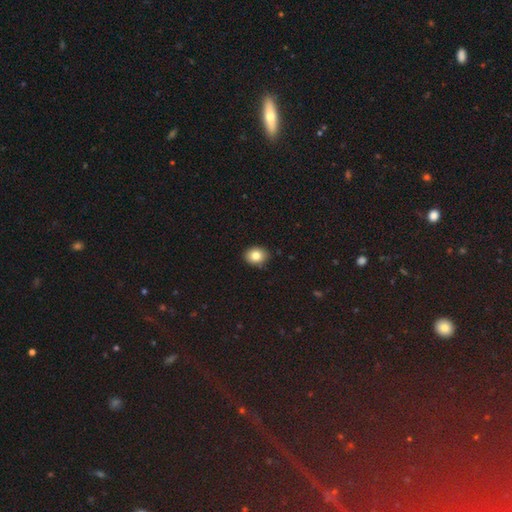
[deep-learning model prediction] A smooth galaxy with no disk features (82%) that is round (56%). Merging: none (88%).